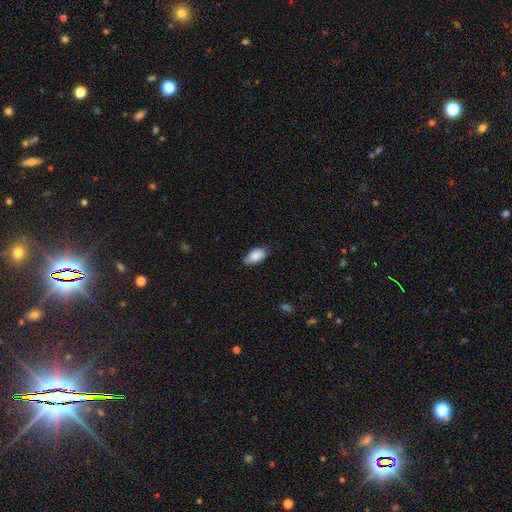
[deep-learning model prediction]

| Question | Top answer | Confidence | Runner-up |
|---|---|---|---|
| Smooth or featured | smooth | 87% | star or artifact (7%) |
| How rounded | in between | 93% | round (4%) |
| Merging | none | 69% | minor disturbance (26%) |